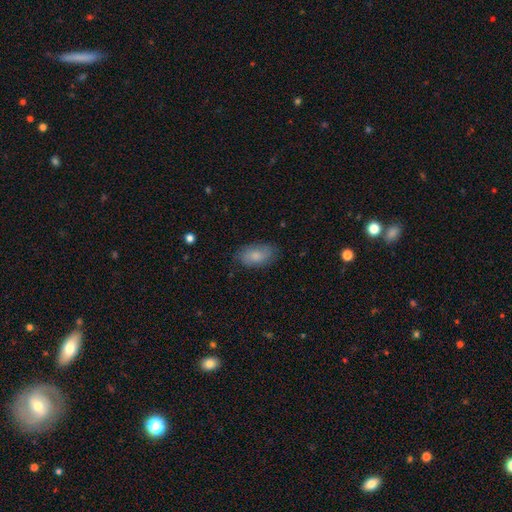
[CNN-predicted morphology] A smooth galaxy with no disk features (79%) that is in between round and cigar-shaped (93%). Merging: none (78%).